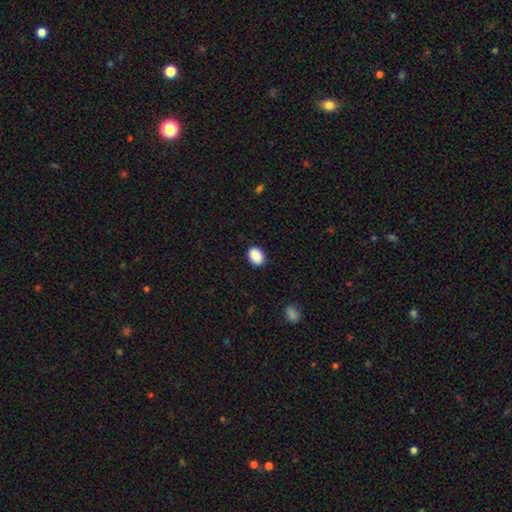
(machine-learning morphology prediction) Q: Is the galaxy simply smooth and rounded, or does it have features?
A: smooth — 90%.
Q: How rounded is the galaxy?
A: in between — 78%.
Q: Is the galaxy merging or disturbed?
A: none — 88%.